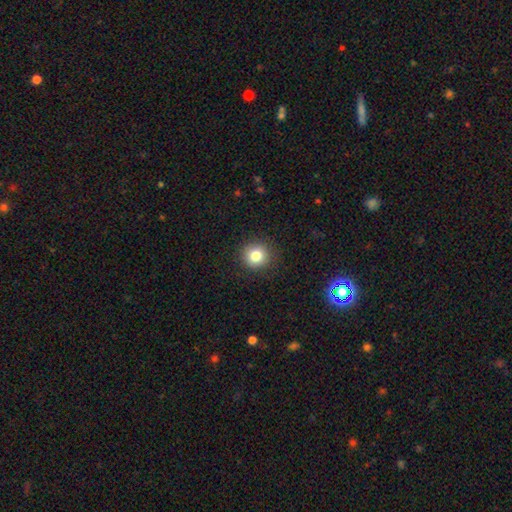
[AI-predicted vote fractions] A smooth galaxy with no disk features (81%) that is round (91%). Merging: none (90%).